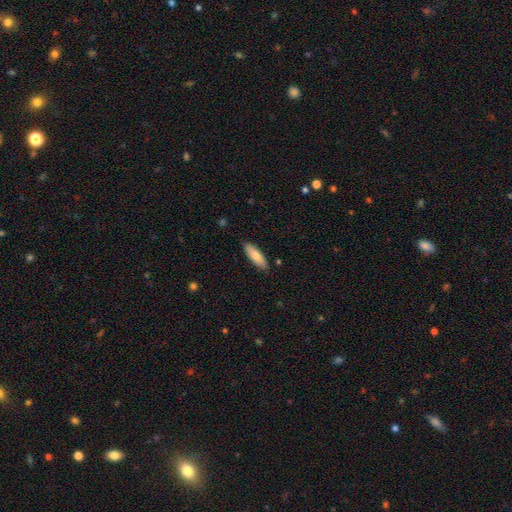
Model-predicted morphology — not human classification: This appears to be a smooth galaxy with no disk features (80%) that is in between round and cigar-shaped (58%). Merging: none (87%).